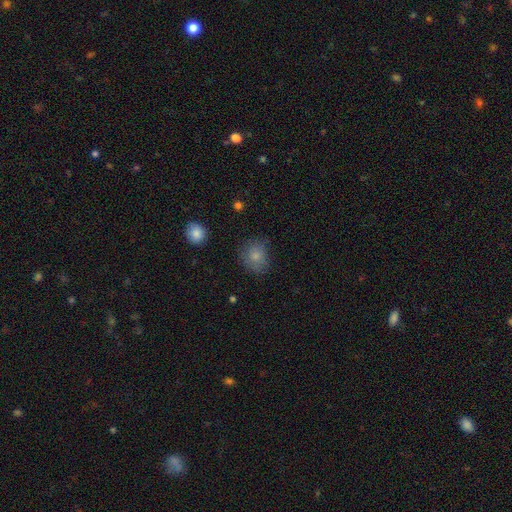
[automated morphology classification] smooth 82%, star or artifact 10%, featured or disk 9%. Down the decision tree: how rounded — round (75%); merging — none (71%).